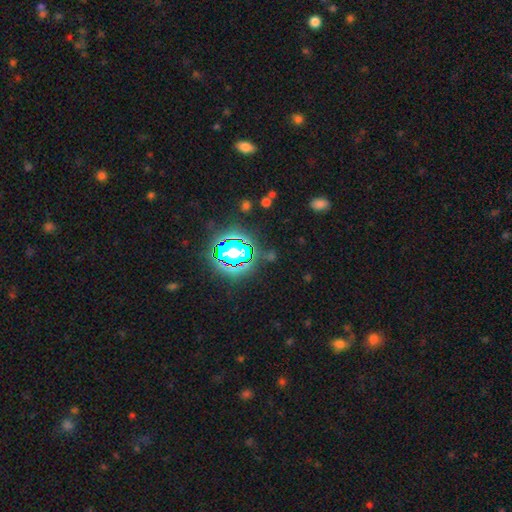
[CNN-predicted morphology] type=star or artifact (78%).